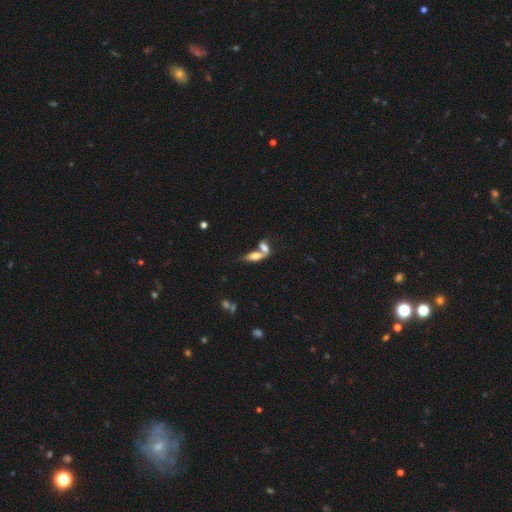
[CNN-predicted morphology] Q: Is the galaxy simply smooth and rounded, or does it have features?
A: smooth — 61%.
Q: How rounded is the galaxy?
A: in between — 69%.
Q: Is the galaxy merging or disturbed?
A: merger — 62%.